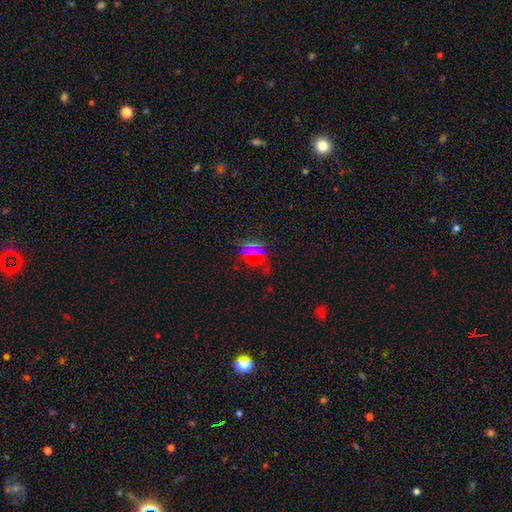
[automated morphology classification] Smooth or featured: smooth — 46% (star or artifact — 43%)
Merging: none — 70% (minor disturbance — 15%)